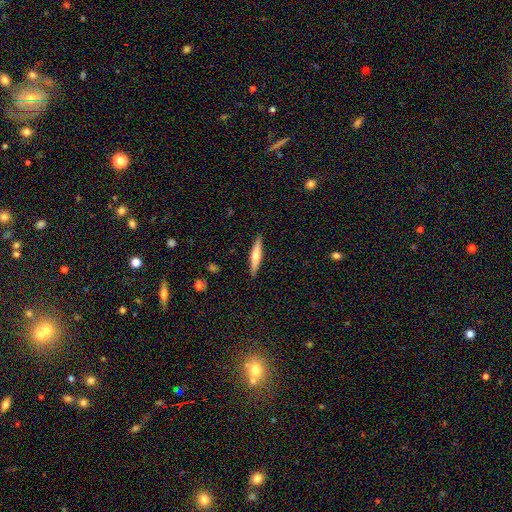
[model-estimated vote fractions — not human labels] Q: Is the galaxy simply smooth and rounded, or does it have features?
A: smooth — 49%.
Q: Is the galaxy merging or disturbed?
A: none — 91%.